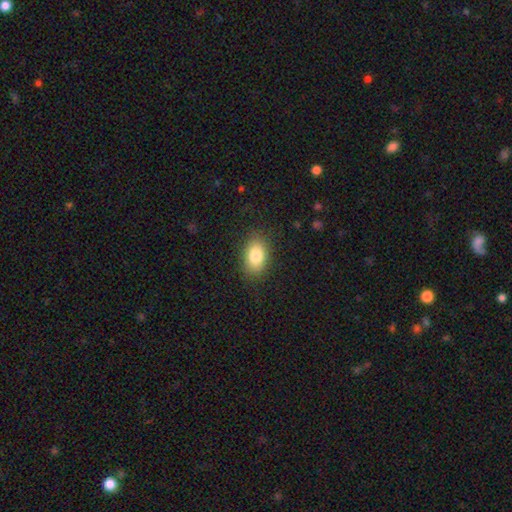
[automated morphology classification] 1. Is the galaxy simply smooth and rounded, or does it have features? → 82% smooth, 9% featured or disk, 9% star or artifact.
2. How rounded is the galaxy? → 85% in between, 13% round, 2% cigar-shaped.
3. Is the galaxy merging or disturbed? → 86% none, 10% minor disturbance, 3% major disturbance, 1% merger.